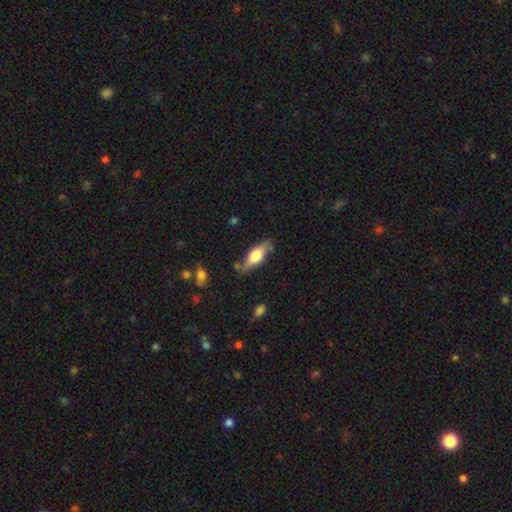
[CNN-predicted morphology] A smooth galaxy with no disk features (56%) that is in between round and cigar-shaped (60%). Merging: none (78%).